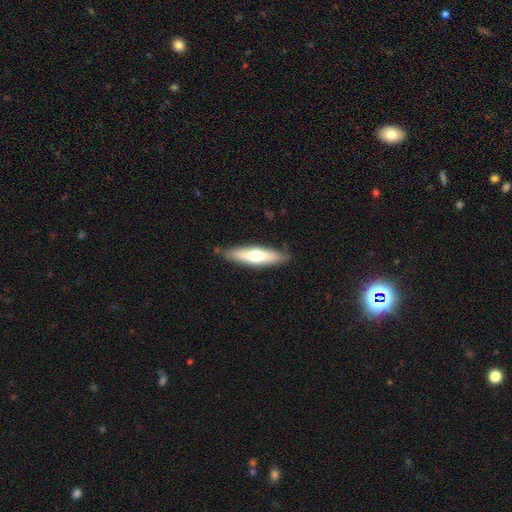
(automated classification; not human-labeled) Smooth or featured?
  - smooth: 55% *
  - featured or disk: 40%
  - star or artifact: 5%
How rounded?
  - cigar-shaped: 69% *
  - in between: 29%
  - round: 2%
Merging?
  - none: 85% *
  - minor disturbance: 12%
  - major disturbance: 2%
  - merger: 2%